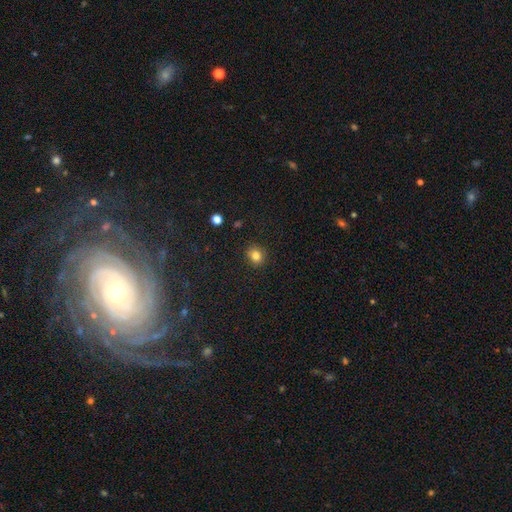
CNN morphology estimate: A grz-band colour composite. It shows a smooth galaxy with no disk features (82%) that is round (78%). Merging: none (88%).